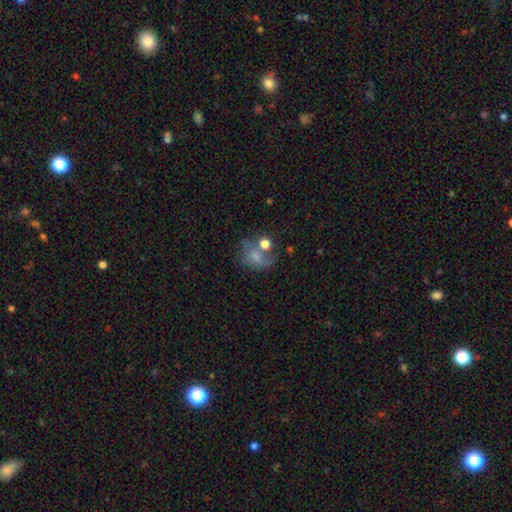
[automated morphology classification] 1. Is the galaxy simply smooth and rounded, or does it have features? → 54% smooth, 32% featured or disk, 14% star or artifact.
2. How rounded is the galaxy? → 56% in between, 42% round, 2% cigar-shaped.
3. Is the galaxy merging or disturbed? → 36% none, 25% merger, 21% major disturbance, 19% minor disturbance.